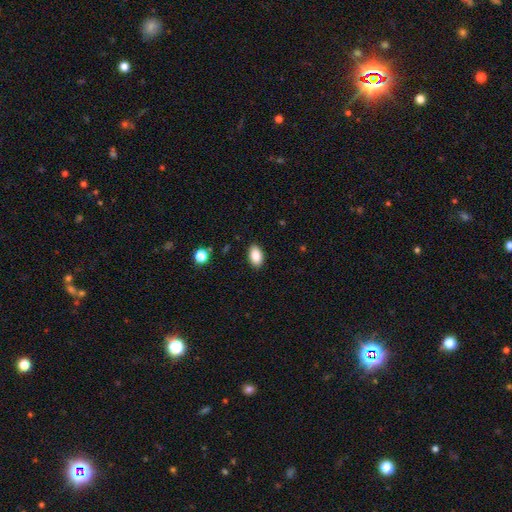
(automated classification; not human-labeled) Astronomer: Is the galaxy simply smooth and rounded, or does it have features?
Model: smooth — 88%.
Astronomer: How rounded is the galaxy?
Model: in between — 92%.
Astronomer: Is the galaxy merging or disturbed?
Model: none — 89%.